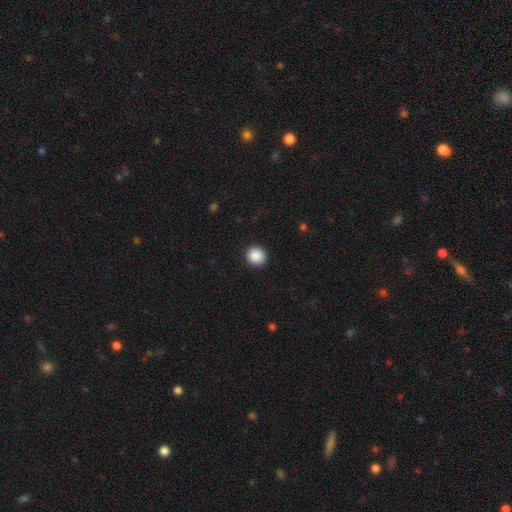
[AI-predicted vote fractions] smooth_or_featured: smooth (p=0.89) [alt: star or artifact p=0.08]
how_rounded: round (p=0.93) [alt: in between p=0.06]
merging: none (p=0.92) [alt: minor disturbance p=0.05]